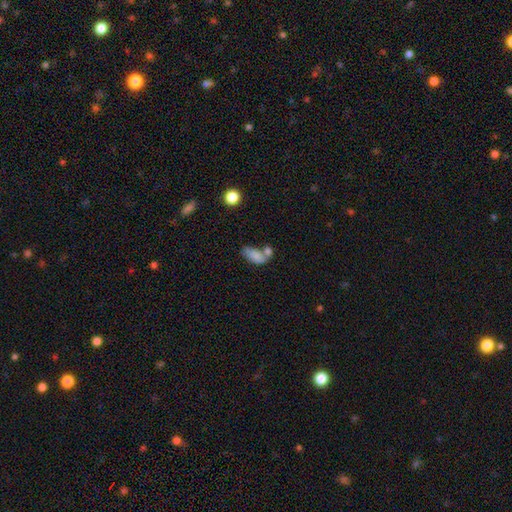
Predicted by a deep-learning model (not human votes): Smooth or featured: smooth — 74% (featured or disk — 16%)
How rounded: in between — 89% (cigar-shaped — 6%)
Merging: merger — 43% (none — 29%)